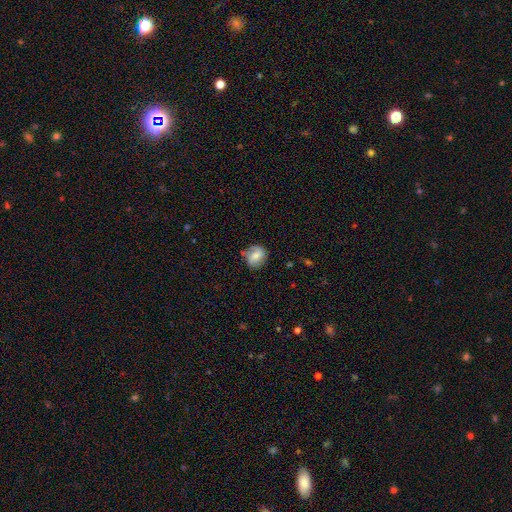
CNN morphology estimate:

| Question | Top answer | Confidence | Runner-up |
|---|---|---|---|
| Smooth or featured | smooth | 58% | featured or disk (33%) |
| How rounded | round | 69% | in between (30%) |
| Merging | none | 62% | minor disturbance (27%) |